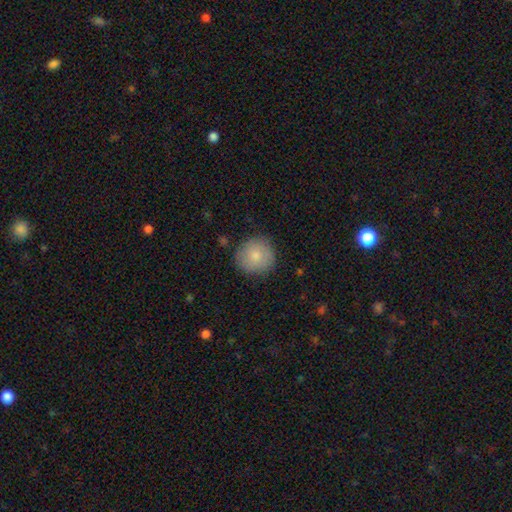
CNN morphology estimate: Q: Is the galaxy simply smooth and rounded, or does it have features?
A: smooth — 82%.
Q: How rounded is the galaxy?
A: round — 93%.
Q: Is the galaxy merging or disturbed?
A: none — 85%.